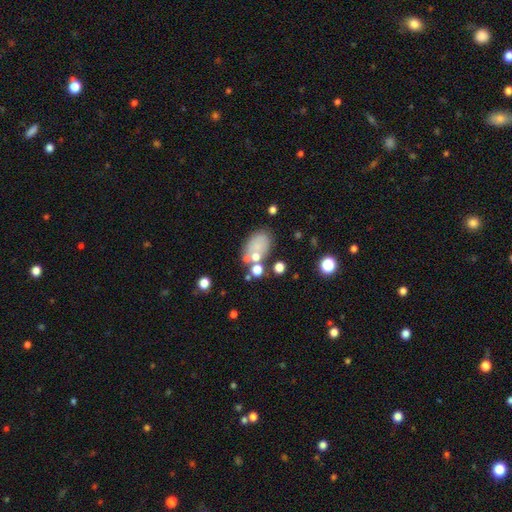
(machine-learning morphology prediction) The model was most divided on "merging": none: 56%, minor disturbance: 18%, merger: 17%, major disturbance: 9%. More confident: how rounded — in between (80%); smooth or featured — smooth (65%).